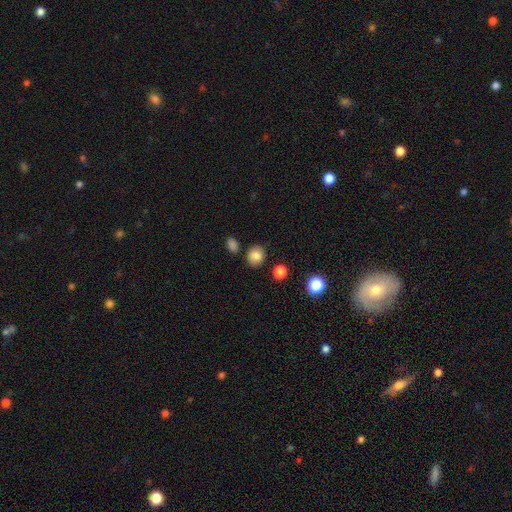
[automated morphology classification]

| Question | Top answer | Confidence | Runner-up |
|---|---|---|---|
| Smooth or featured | smooth | 84% | star or artifact (11%) |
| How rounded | round | 69% | in between (30%) |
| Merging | none | 82% | minor disturbance (10%) |